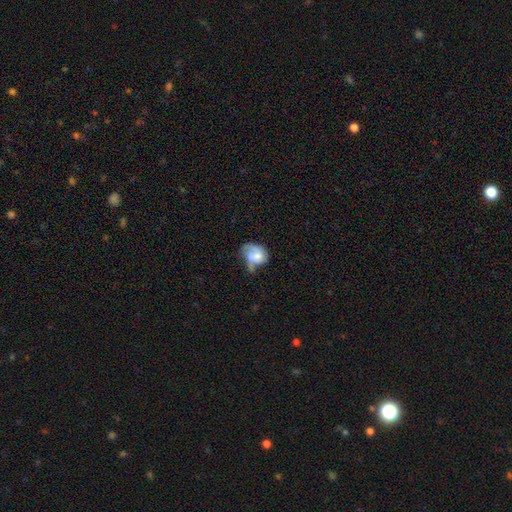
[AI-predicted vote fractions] smooth_or_featured: smooth (p=0.52) [alt: featured or disk p=0.40]
how_rounded: in between (p=0.55) [alt: round p=0.44]
merging: major disturbance (p=0.31) [tied with: minor disturbance p=0.31]